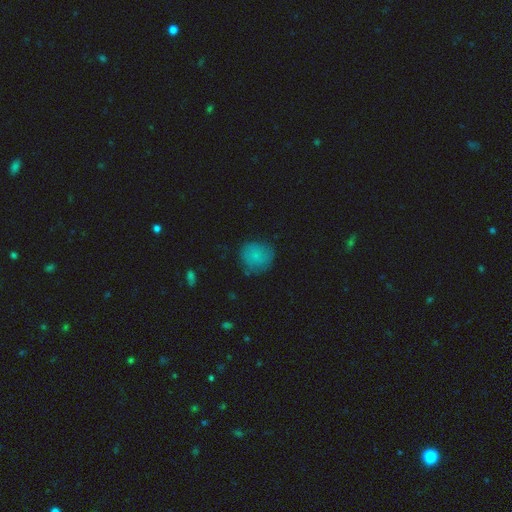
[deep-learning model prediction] Smooth or featured?
  - smooth: 77% *
  - featured or disk: 13%
  - star or artifact: 10%
How rounded?
  - round: 87% *
  - in between: 12%
  - cigar-shaped: 1%
Merging?
  - none: 71% *
  - minor disturbance: 21%
  - major disturbance: 6%
  - merger: 2%